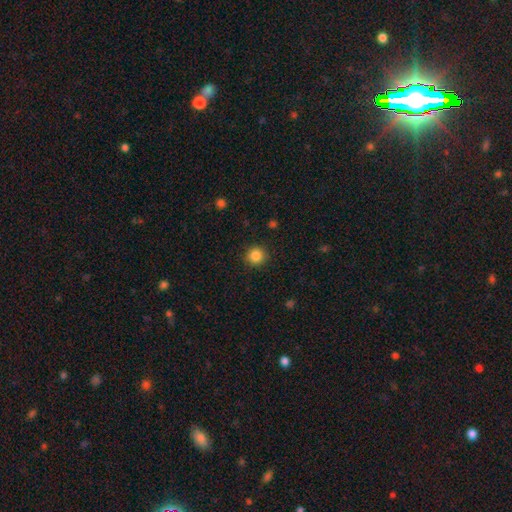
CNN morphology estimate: The model was most divided on "smooth or featured": smooth: 85%, star or artifact: 11%, featured or disk: 4%. More confident: how rounded — round (92%); merging — none (90%).